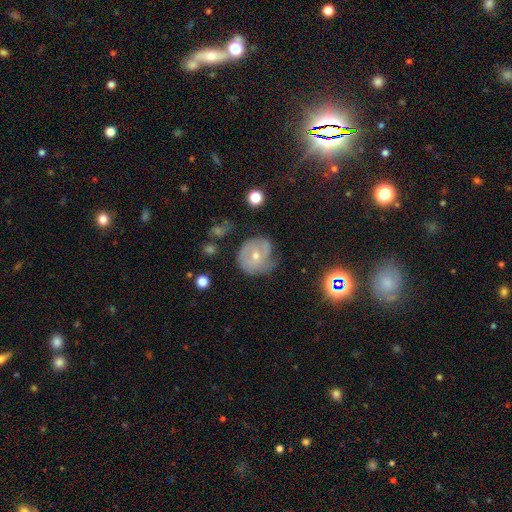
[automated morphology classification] A featured or disk galaxy (54%) with no bar (68%), spiral arms (64%) and a small central bulge (51%).

Vote fractions:
- Smooth or featured? featured or disk: 54% / smooth: 36% / star or artifact: 10%
- Edge-on disk? no: 96% / yes: 4%
- Bar? no: 68% / weak: 26% / strong: 7%
- Spiral arms? yes: 64% / no: 36%
- Bulge size? small: 51% / moderate: 46% / large: 1% / none: 1% / dominant: 1%
- Merging? none: 48% / minor disturbance: 33% / major disturbance: 16% / merger: 3%